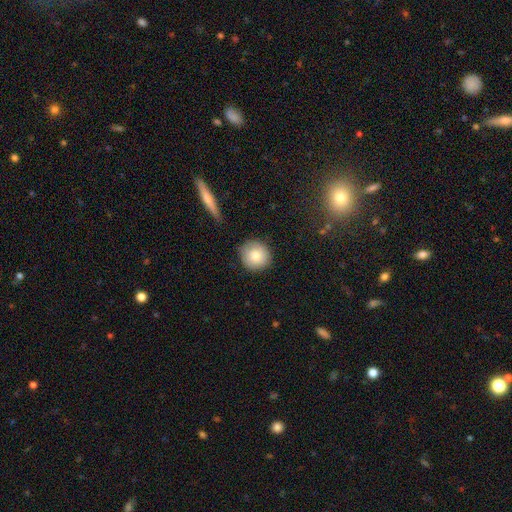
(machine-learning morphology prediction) This is likely a smooth galaxy (79%). How rounded: clearly round (93%). Merging: clearly none (85%).